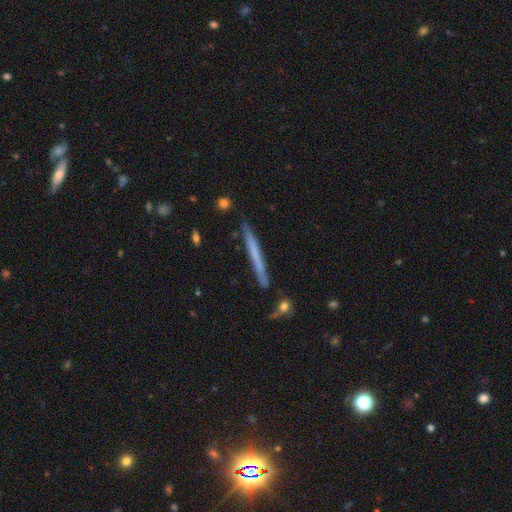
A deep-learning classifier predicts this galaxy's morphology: smooth 49%, featured or disk 45%, star or artifact 6%. Down the decision tree: merging — none (87%).